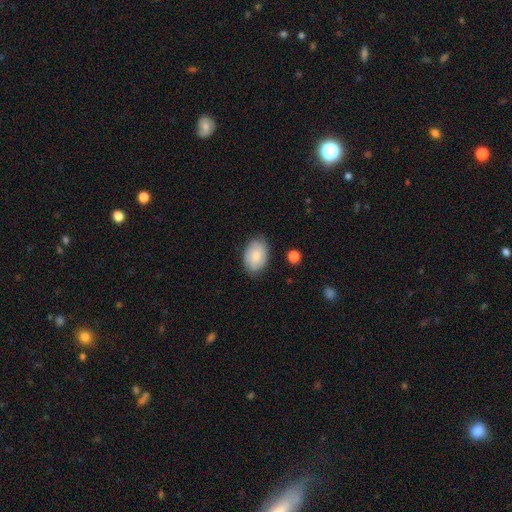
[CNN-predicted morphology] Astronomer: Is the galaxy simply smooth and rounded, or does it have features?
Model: smooth — 79%.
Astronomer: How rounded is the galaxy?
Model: in between — 85%.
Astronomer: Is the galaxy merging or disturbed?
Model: none — 80%.